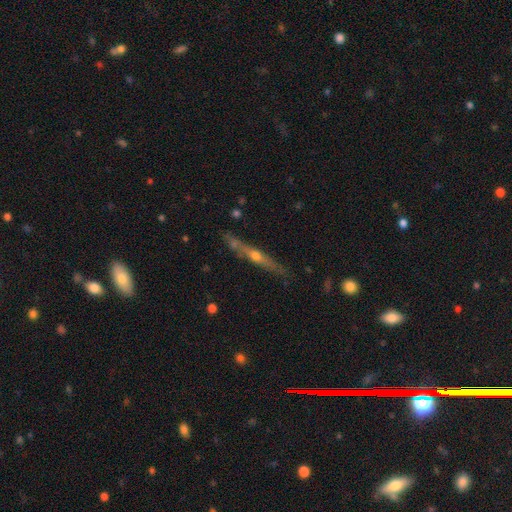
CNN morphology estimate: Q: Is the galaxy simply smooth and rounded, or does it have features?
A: featured or disk — 68%.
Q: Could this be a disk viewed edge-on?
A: yes — 94%.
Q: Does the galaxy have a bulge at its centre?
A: rounded — 83%.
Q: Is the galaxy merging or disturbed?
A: none — 79%.